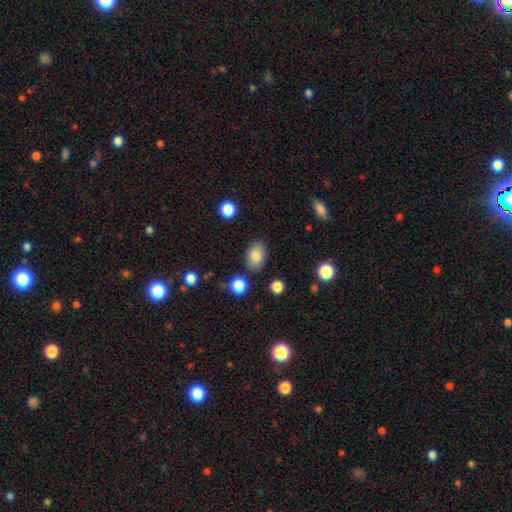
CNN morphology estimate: Smooth or featured: smooth — 84% (star or artifact — 8%)
How rounded: in between — 86% (round — 13%)
Merging: none — 83% (minor disturbance — 11%)